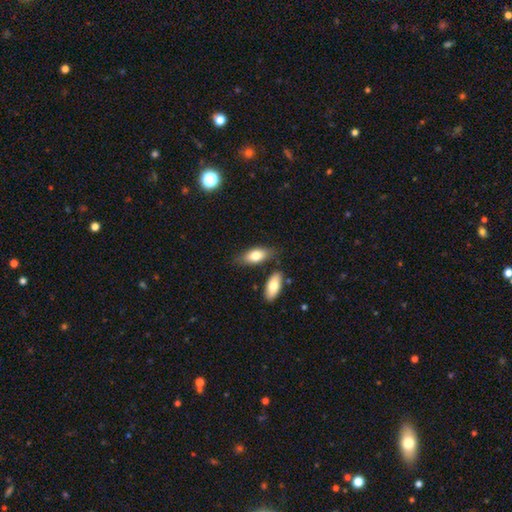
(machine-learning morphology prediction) smooth 78%, featured or disk 16%, star or artifact 6%. Down the decision tree: how rounded — in between (86%); merging — none (71%).